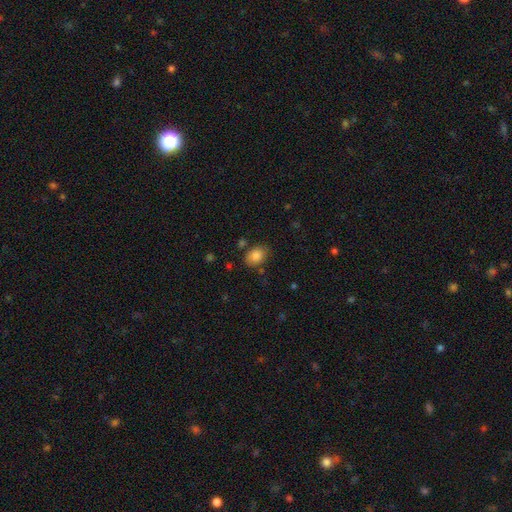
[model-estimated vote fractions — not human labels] Smooth or featured? Predicted: smooth (p=0.85). How rounded? Predicted: in between (p=0.62). Merging? Predicted: none (p=0.74).